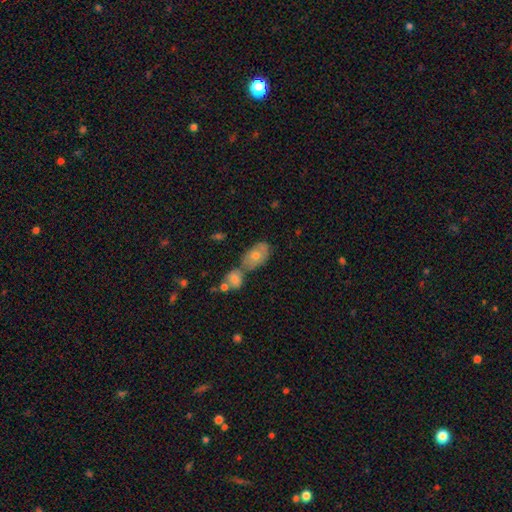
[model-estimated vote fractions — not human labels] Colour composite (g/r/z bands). It shows a smooth galaxy with no disk features (57%) that is in between round and cigar-shaped (85%). Merging: merger (44%).